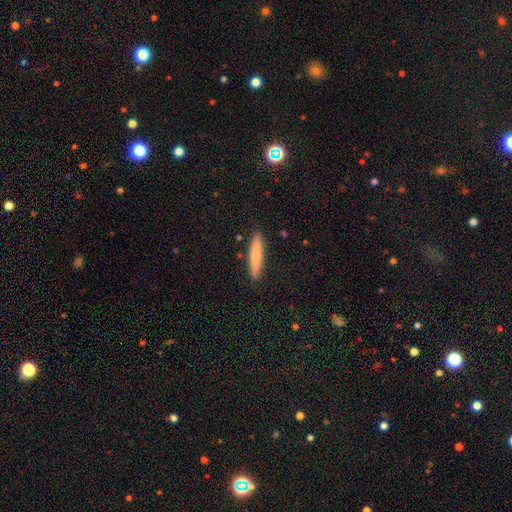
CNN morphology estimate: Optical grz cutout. It shows a smooth galaxy with no disk features (74%) that is cigar-shaped (91%). Merging: none (90%).